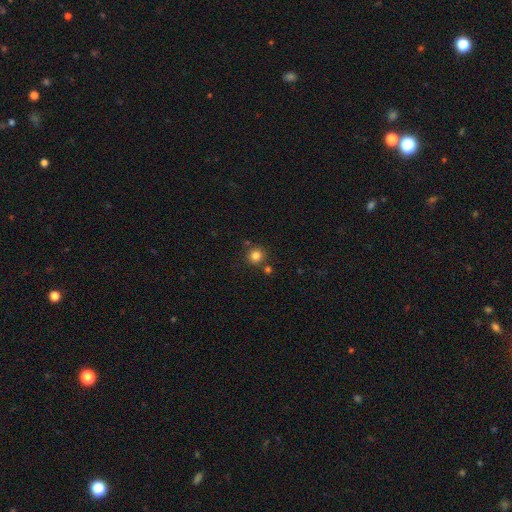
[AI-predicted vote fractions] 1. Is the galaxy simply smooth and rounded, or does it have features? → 82% smooth, 13% star or artifact, 5% featured or disk.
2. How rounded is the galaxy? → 93% round, 6% in between, 1% cigar-shaped.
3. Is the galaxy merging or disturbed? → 81% none, 9% merger, 8% minor disturbance, 3% major disturbance.